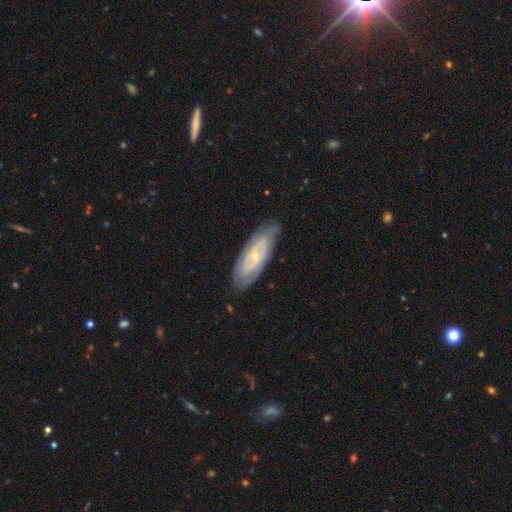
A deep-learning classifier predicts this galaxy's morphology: Overall: featured or disk (55%; smooth 35%). Edge-on disk: no (75%). Merging: none (82%).